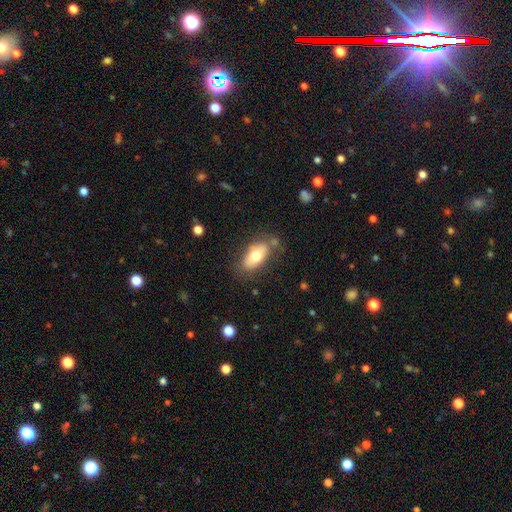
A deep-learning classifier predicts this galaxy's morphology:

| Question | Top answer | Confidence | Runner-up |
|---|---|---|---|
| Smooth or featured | smooth | 69% | featured or disk (24%) |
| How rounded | in between | 90% | cigar-shaped (6%) |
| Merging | none | 69% | minor disturbance (19%) |